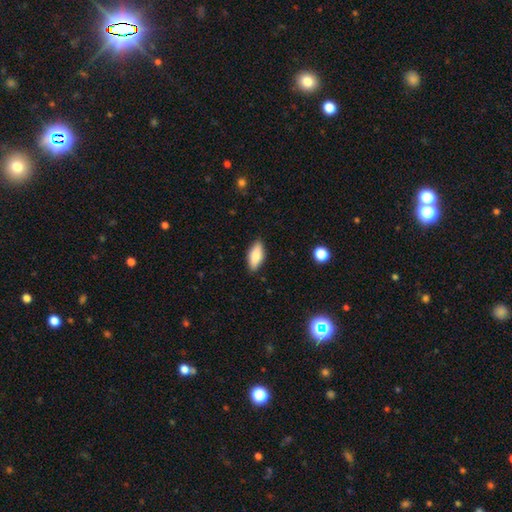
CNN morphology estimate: Smooth or featured? smooth (81%)
How rounded? in between (82%)
Merging? none (85%)